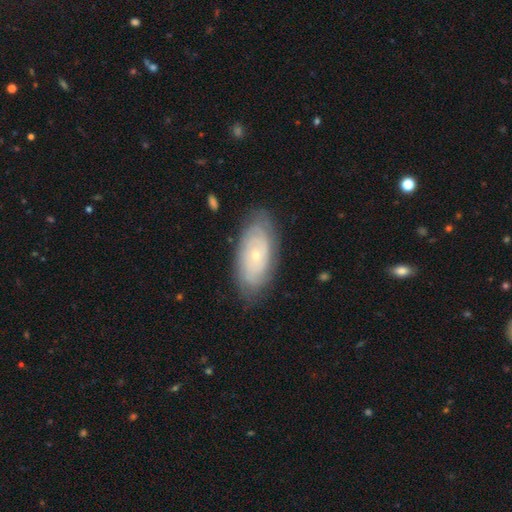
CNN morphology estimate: A featured or disk galaxy (68%) with no bar (83%), tight (76%) spiral arms (82%) and a small central bulge (75%).

Vote fractions:
- Smooth or featured? featured or disk: 68% / smooth: 26% / star or artifact: 7%
- Edge-on disk? no: 92% / yes: 8%
- Bar? no: 83% / weak: 15% / strong: 3%
- Spiral arms? yes: 82% / no: 18%
- Spiral winding? tight: 76% / medium: 18% / loose: 6%
- Spiral arm count? can't tell: 56% / 2: 22% / 3: 8% / 4: 6% / 1: 4% / more than 4: 4%
- Bulge size? small: 75% / moderate: 22% / large: 1% / none: 1% / dominant: 1%
- Merging? none: 79% / minor disturbance: 16% / major disturbance: 4% / merger: 1%